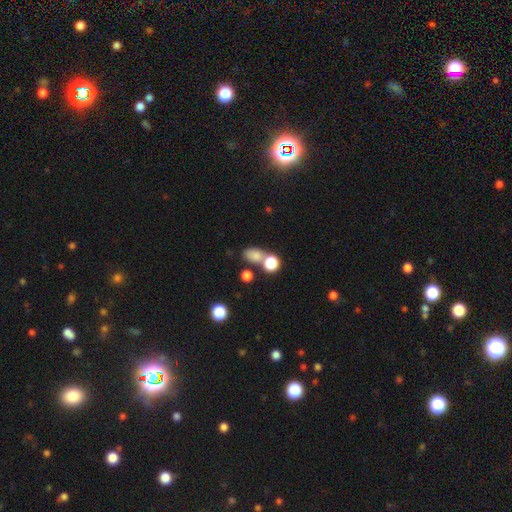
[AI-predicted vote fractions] A smooth galaxy with no disk features (75%) that is in between round and cigar-shaped (64%). Merging: none (50%).